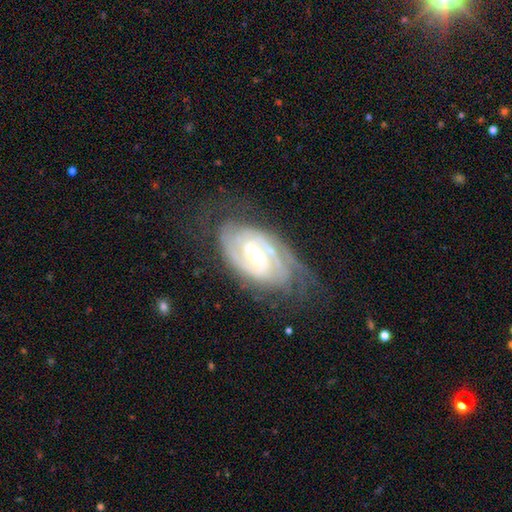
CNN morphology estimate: Q: Smooth or featured?
A: featured or disk (90%); runner-up: smooth (5%)
Q: Edge-on disk?
A: no (96%); runner-up: yes (4%)
Q: Bar?
A: weak (45%); runner-up: no (32%)
Q: Spiral arms?
A: yes (98%); runner-up: no (2%)
Q: Spiral winding?
A: tight (66%); runner-up: medium (29%)
Q: Spiral arm count?
A: 2 (61%); runner-up: can't tell (15%)
Q: Bulge size?
A: moderate (54%); runner-up: small (42%)
Q: Merging?
A: none (66%); runner-up: minor disturbance (21%)